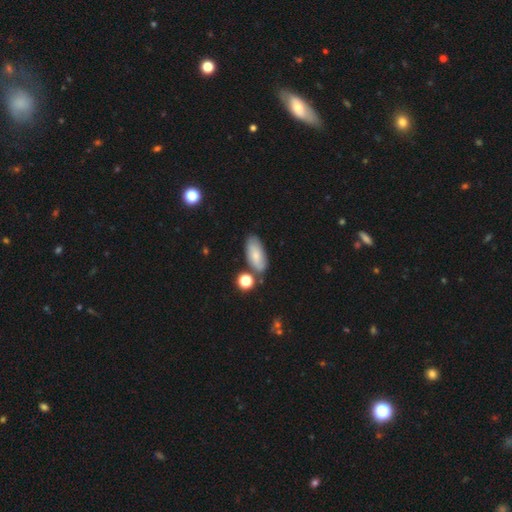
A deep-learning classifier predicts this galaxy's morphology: Smooth or featured? Predicted: smooth (p=0.72). How rounded? Predicted: in between (p=0.87). Merging? Predicted: none (p=0.69).